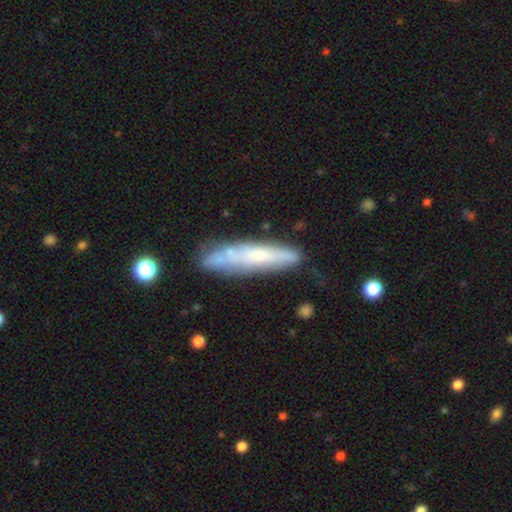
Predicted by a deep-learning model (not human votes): Smooth or featured: featured or disk — 47% (smooth — 46%)
Merging: none — 64% (minor disturbance — 23%)